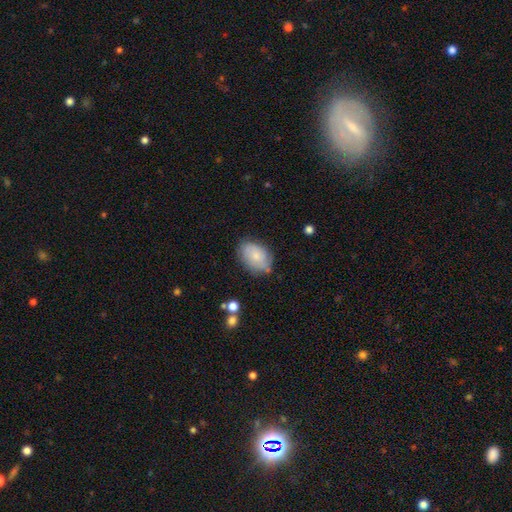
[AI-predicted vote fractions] A smooth galaxy with no disk features (71%) that is in between round and cigar-shaped (83%). Merging: none (70%).